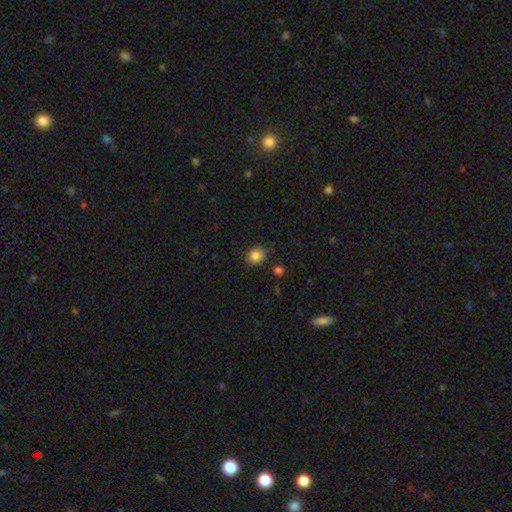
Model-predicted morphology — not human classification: Overall: smooth (85%). How rounded: round (70%). Merging: none (84%).